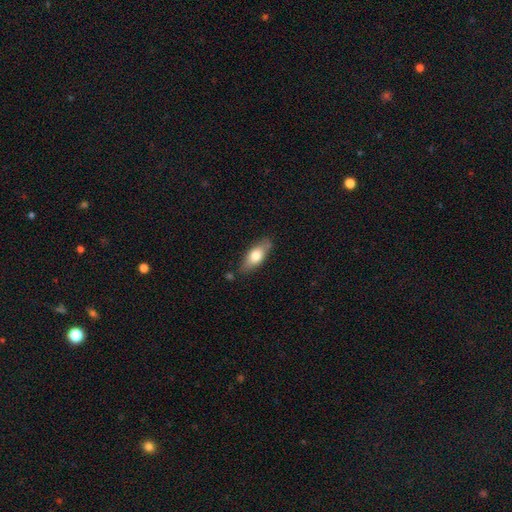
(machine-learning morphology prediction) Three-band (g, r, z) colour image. It shows a smooth galaxy with no disk features (70%) that is in between round and cigar-shaped (76%). Merging: none (76%).